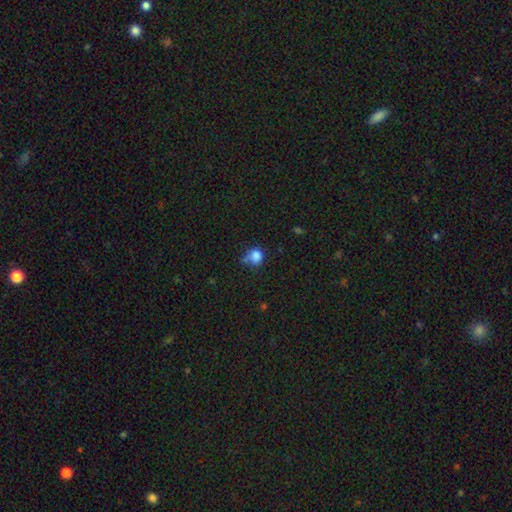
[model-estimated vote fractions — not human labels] Overall: smooth (81%). How rounded: round (68%; in between 31%). Merging: none (42%; minor disturbance 33%).